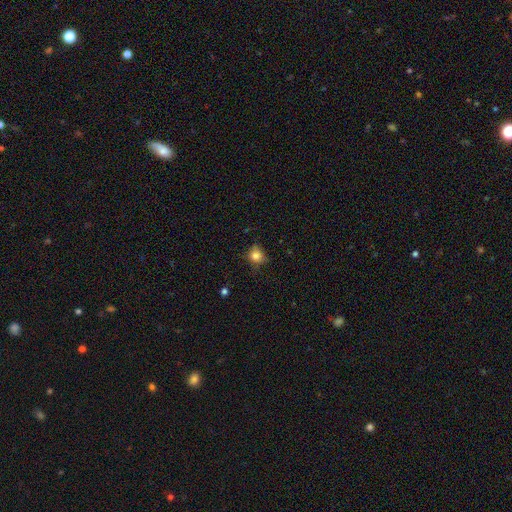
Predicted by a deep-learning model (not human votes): Smooth or featured: smooth — 78% (star or artifact — 12%)
How rounded: round — 75% (in between — 24%)
Merging: none — 68% (minor disturbance — 24%)